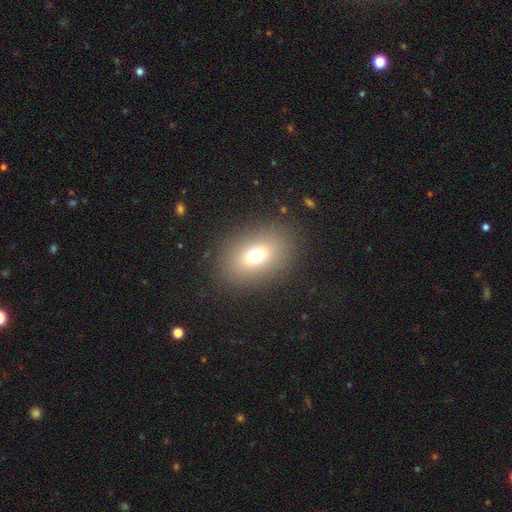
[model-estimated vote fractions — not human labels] The model was most divided on "how rounded": in between: 71%, round: 28%, cigar-shaped: 2%. More confident: merging — none (86%); smooth or featured — smooth (71%).